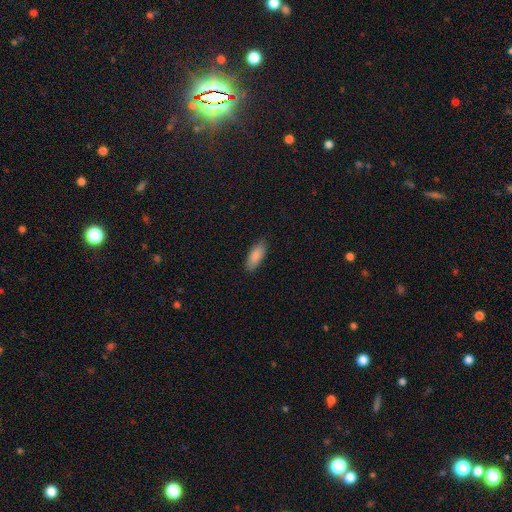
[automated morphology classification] smooth 86%, featured or disk 8%, star or artifact 6%. Down the decision tree: how rounded — in between (74%); merging — none (86%).